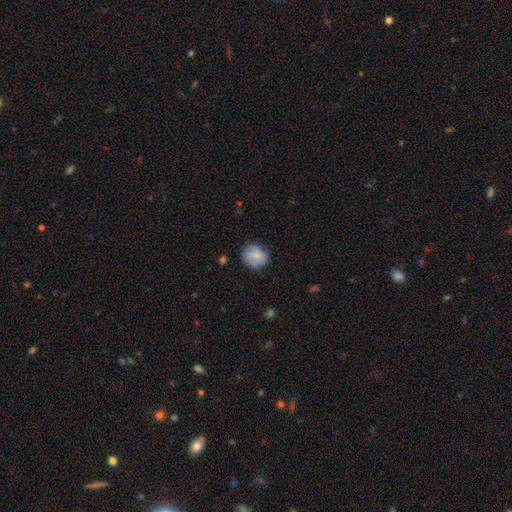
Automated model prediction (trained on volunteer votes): Q: Smooth or featured?
A: smooth (74%); runner-up: featured or disk (19%)
Q: How rounded?
A: round (66%); runner-up: in between (33%)
Q: Merging?
A: none (75%); runner-up: minor disturbance (19%)